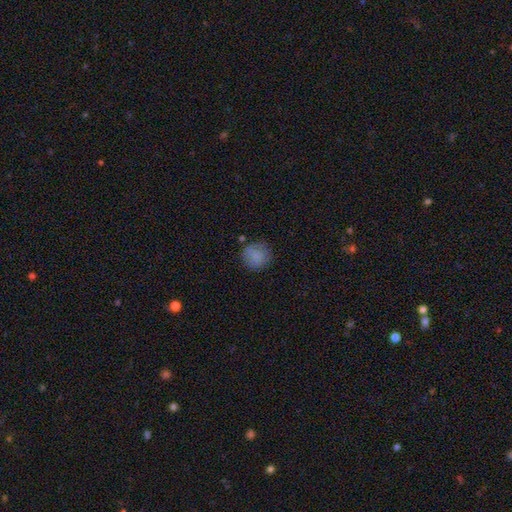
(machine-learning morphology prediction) The model was most divided on "merging": none: 78%, minor disturbance: 15%, major disturbance: 5%, merger: 2%. More confident: how rounded — round (90%); smooth or featured — smooth (83%).